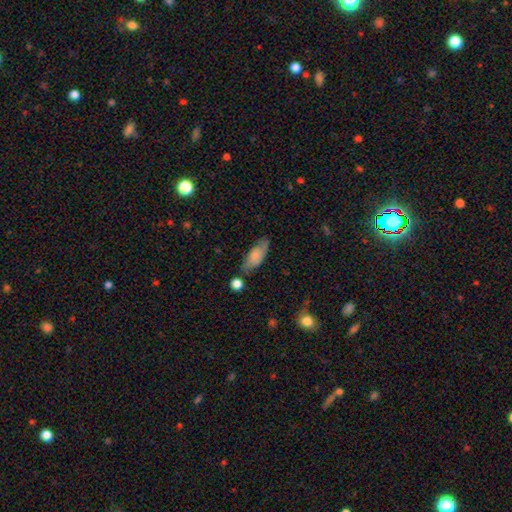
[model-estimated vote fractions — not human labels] A smooth galaxy with no disk features (72%) that is in between round and cigar-shaped (78%). Merging: none (65%).